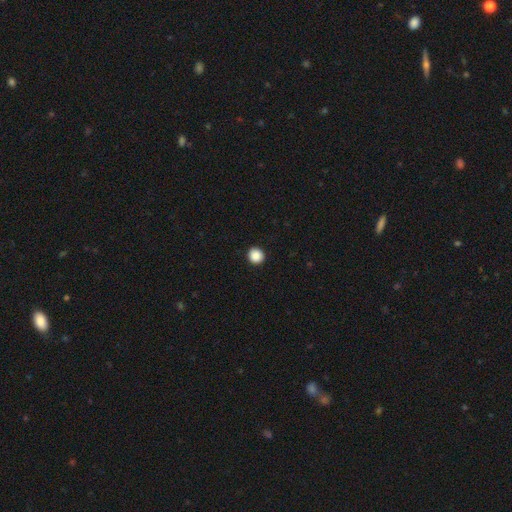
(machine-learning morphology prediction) smooth-or-featured: smooth: 89% | star or artifact: 9% | featured or disk: 2%
  how-rounded: round: 93% | in between: 6% | cigar-shaped: 1%
  merging: none: 93% | minor disturbance: 4% | major disturbance: 2% | merger: 1%